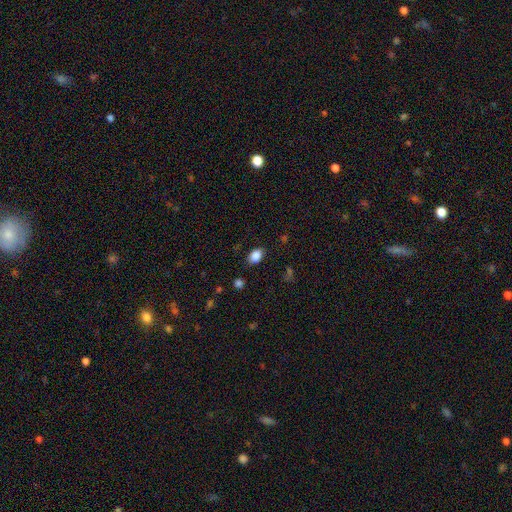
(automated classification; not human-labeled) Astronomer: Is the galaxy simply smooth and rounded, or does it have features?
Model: smooth — 86%.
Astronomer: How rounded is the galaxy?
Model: in between — 83%.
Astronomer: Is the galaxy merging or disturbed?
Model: none — 83%.